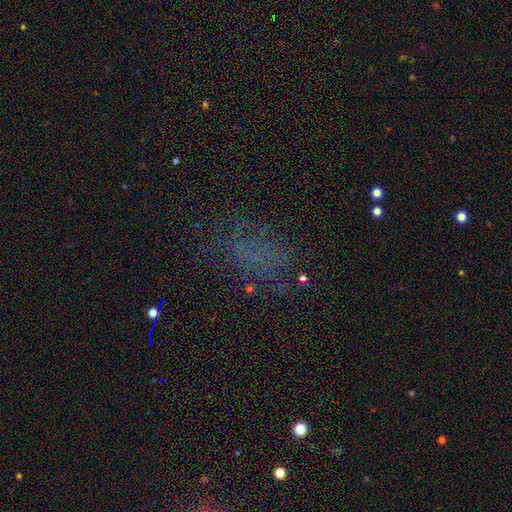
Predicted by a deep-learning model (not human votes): Smooth or featured? star or artifact (43%)